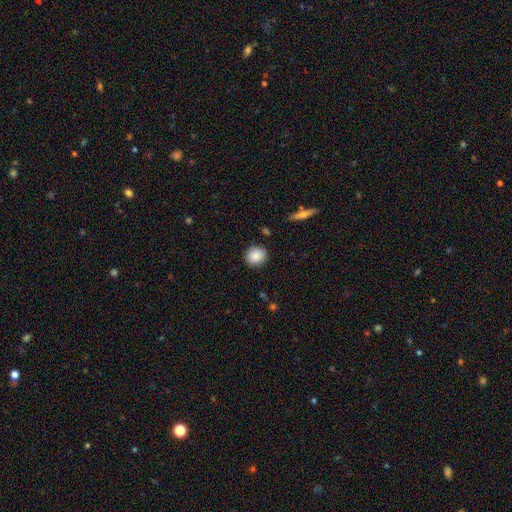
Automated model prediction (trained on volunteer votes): smooth 86%, star or artifact 8%, featured or disk 6%. Down the decision tree: how rounded — round (80%); merging — none (87%).